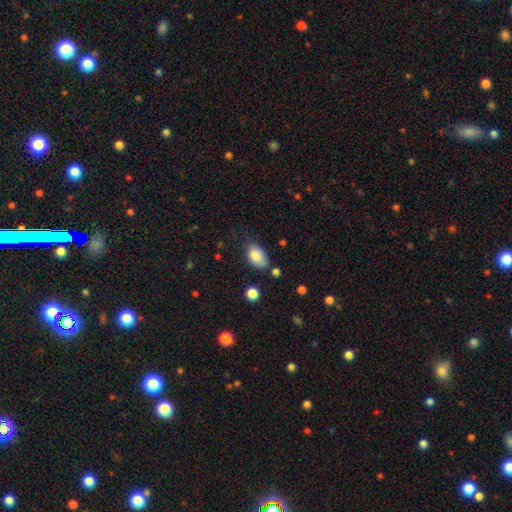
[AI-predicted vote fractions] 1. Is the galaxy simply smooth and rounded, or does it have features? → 85% smooth, 8% featured or disk, 7% star or artifact.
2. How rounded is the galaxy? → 91% in between, 7% round, 2% cigar-shaped.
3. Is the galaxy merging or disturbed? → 64% none, 26% minor disturbance, 6% major disturbance, 4% merger.